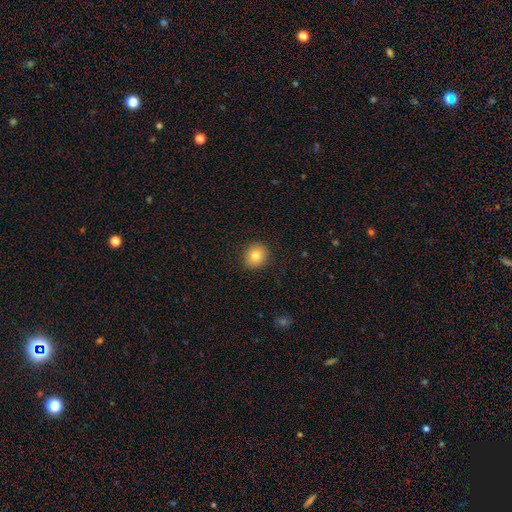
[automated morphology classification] smooth_or_featured: smooth (p=0.81) [alt: star or artifact p=0.10]
how_rounded: round (p=0.86) [alt: in between p=0.14]
merging: none (p=0.91) [alt: minor disturbance p=0.06]